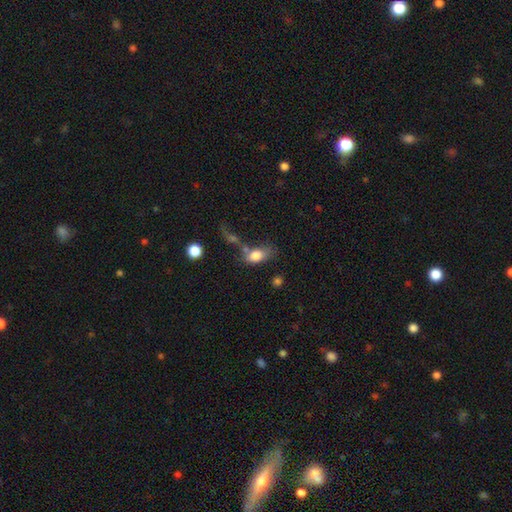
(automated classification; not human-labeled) Smooth or featured? smooth (79%)
How rounded? in between (85%)
Merging? none (35%)